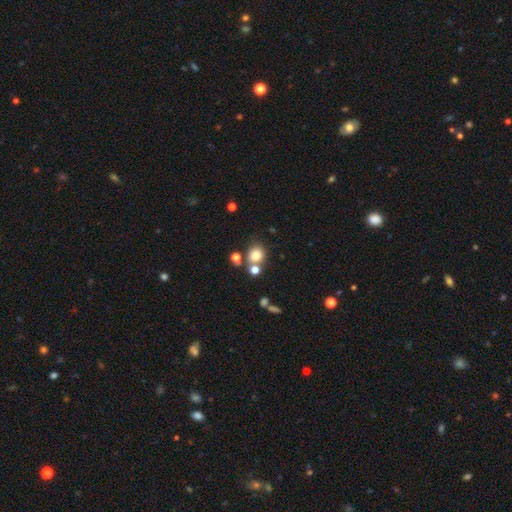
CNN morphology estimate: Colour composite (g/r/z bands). It shows a smooth galaxy with no disk features (78%) that is round (75%). Merging: none (64%).